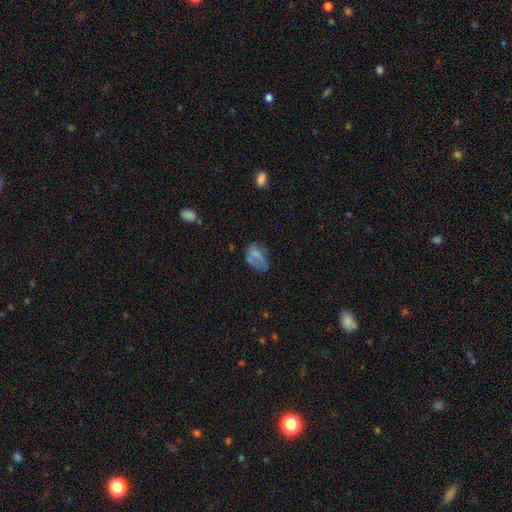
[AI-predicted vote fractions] Morphology: type=smooth (60%); roundness=in between (84%); merging=minor disturbance (32%).